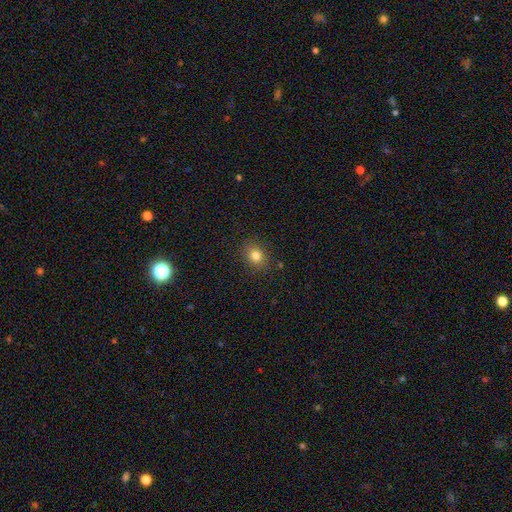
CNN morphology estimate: The model was most divided on "how rounded" (2-way tie): round: 49%, in between: 49%, cigar-shaped: 1%. More confident: merging — none (86%); smooth or featured — smooth (81%).